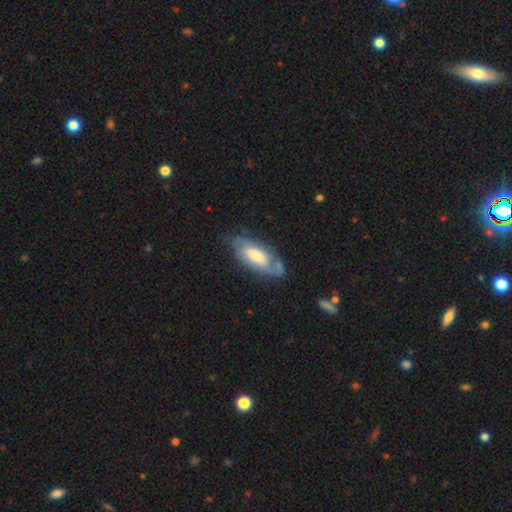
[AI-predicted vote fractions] Morphology: type=featured or disk (52%); edge-on=no (84%); merging=none (60%).